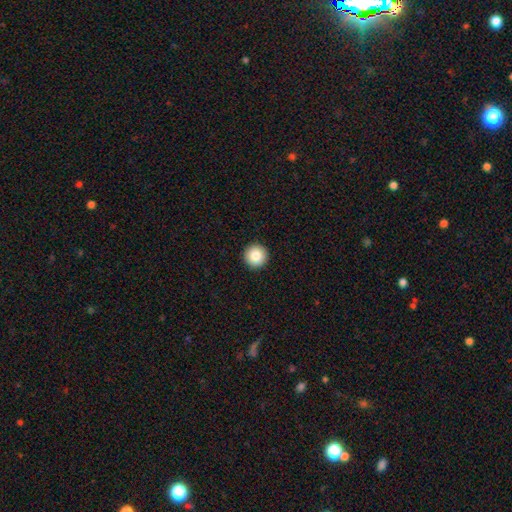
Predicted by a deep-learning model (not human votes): This is clearly a smooth galaxy (85%). How rounded: clearly round (97%). Merging: clearly none (94%).